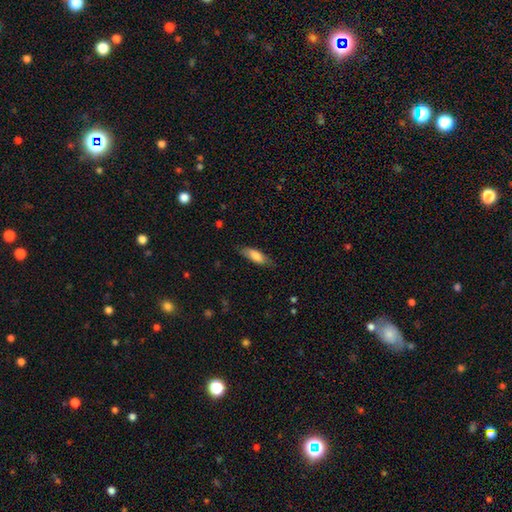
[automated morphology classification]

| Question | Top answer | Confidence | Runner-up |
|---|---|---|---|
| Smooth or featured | smooth | 79% | featured or disk (14%) |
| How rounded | in between | 60% | cigar-shaped (38%) |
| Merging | none | 78% | minor disturbance (17%) |